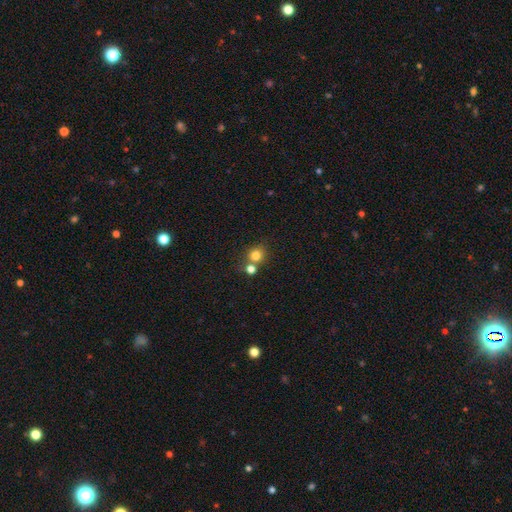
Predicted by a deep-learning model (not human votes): smooth-or-featured: smooth: 80% | star or artifact: 13% | featured or disk: 7%
  how-rounded: round: 85% | in between: 14% | cigar-shaped: 1%
  merging: none: 59% | merger: 29% | minor disturbance: 8% | major disturbance: 3%